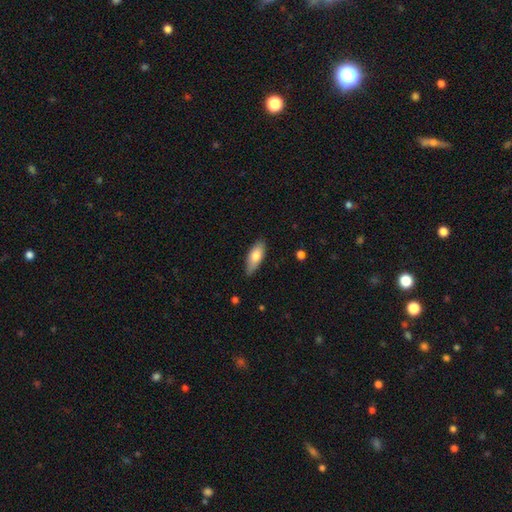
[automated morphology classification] type=smooth (74%); roundness=in between (74%); merging=none (81%).